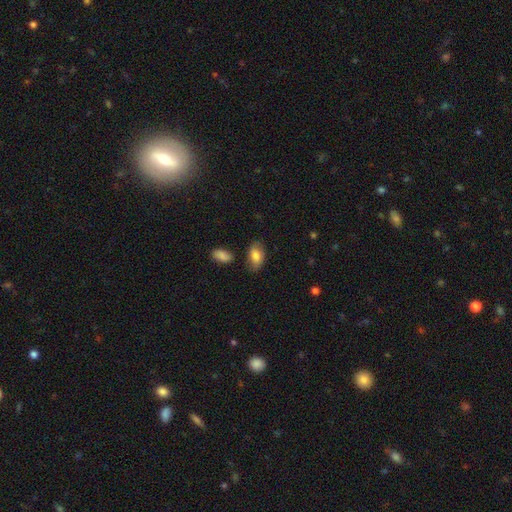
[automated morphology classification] Q: Smooth or featured?
A: smooth (81%); runner-up: featured or disk (12%)
Q: How rounded?
A: in between (92%); runner-up: round (6%)
Q: Merging?
A: none (78%); runner-up: minor disturbance (15%)